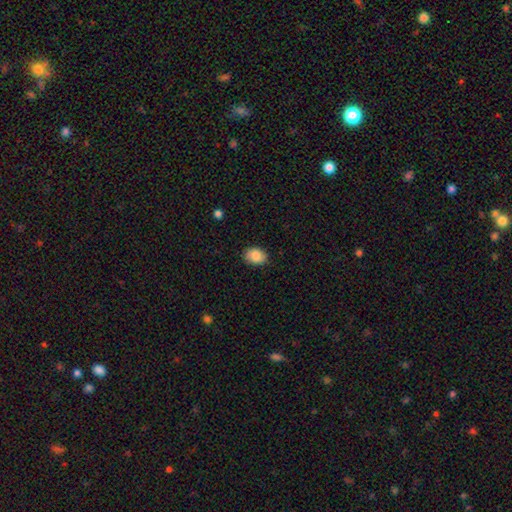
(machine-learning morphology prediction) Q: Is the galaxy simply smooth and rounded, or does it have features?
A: smooth — 87%.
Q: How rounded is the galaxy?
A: in between — 75%.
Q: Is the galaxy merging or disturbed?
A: none — 85%.